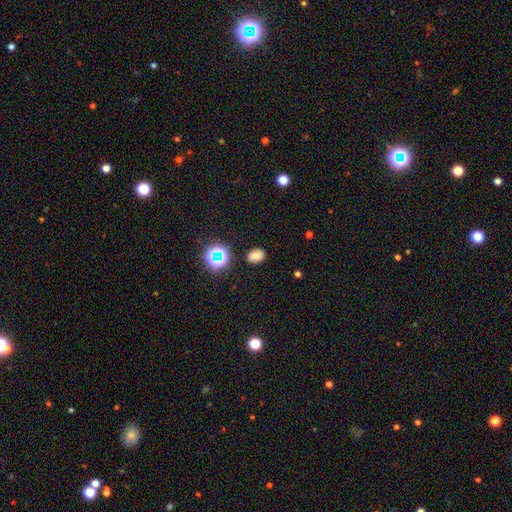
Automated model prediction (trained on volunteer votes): This appears to be a smooth galaxy with no disk features (75%) that is in between round and cigar-shaped (76%). Merging: none (87%).